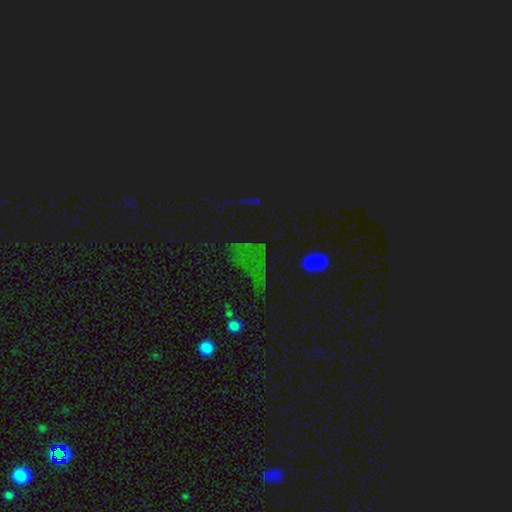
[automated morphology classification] Smooth or featured?
  - star or artifact: 70% *
  - smooth: 18%
  - featured or disk: 12%